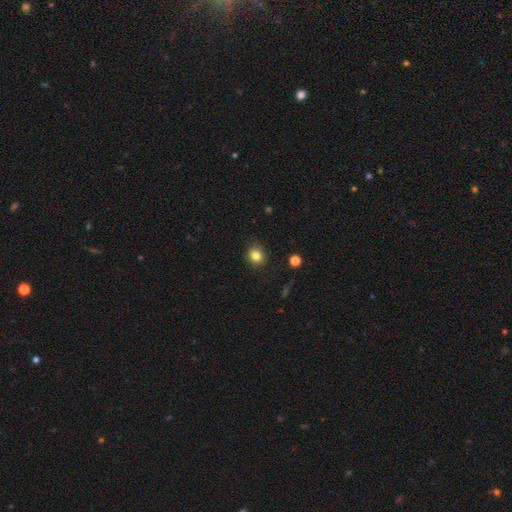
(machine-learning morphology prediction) Q: Smooth or featured?
A: smooth (82%); runner-up: star or artifact (12%)
Q: How rounded?
A: round (78%); runner-up: in between (21%)
Q: Merging?
A: none (88%); runner-up: minor disturbance (9%)